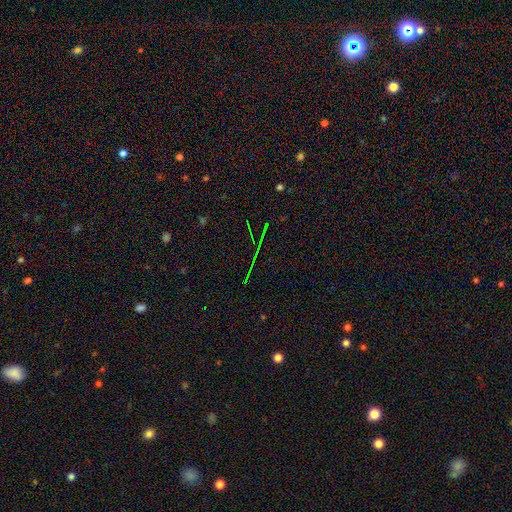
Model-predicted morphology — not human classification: Smooth or featured?
  - star or artifact: 74% *
  - smooth: 14%
  - featured or disk: 12%